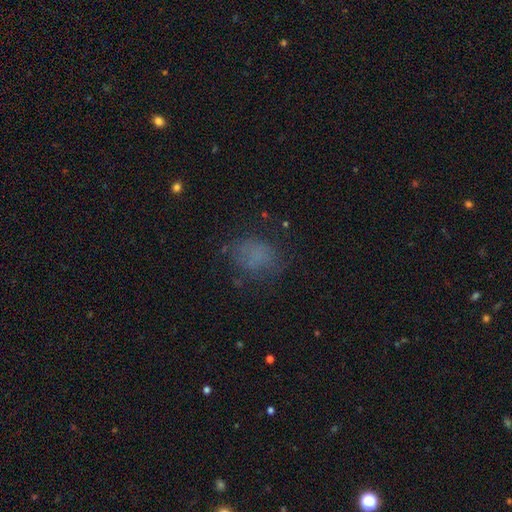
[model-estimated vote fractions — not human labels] This is likely a smooth galaxy (65%). How rounded: possibly in between (50%). Merging: likely none (65%).